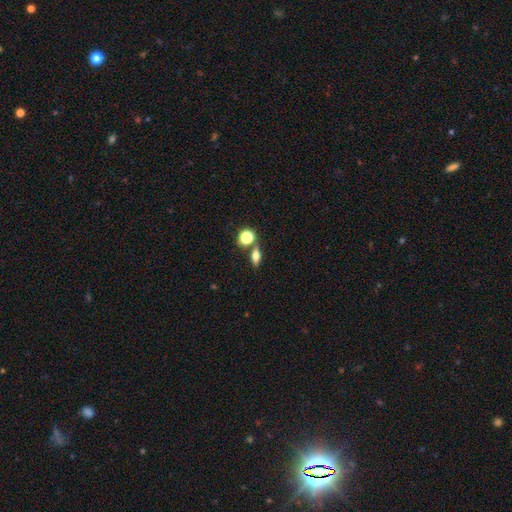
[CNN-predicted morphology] A smooth galaxy with no disk features (58%) that is in between round and cigar-shaped (56%).

Vote fractions:
- Smooth or featured? smooth: 58% / featured or disk: 28% / star or artifact: 14%
- How rounded? in between: 56% / cigar-shaped: 22% / round: 21%
- Merging? none: 72% / merger: 15% / minor disturbance: 10% / major disturbance: 3%